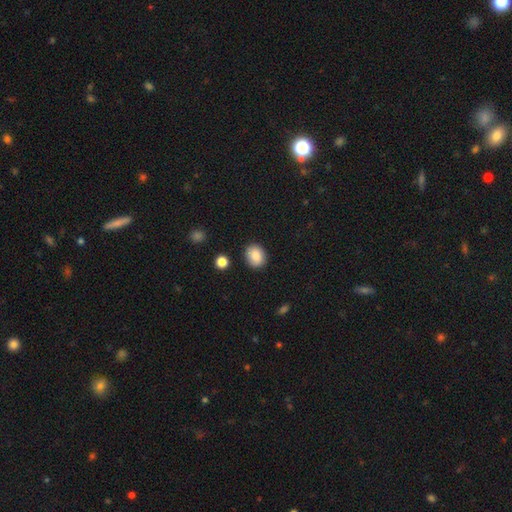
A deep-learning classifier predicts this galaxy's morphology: smooth_or_featured: smooth (p=0.87) [alt: star or artifact p=0.08]
how_rounded: round (p=0.54) [alt: in between p=0.45]
merging: none (p=0.87) [alt: minor disturbance p=0.08]